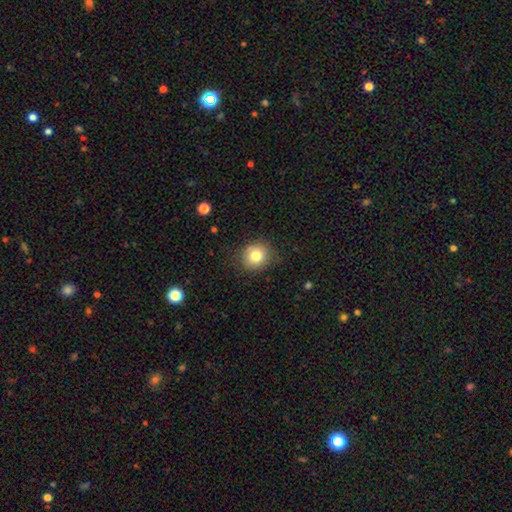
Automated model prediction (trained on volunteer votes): smooth_or_featured: smooth (p=0.79) [alt: star or artifact p=0.11]
how_rounded: round (p=0.80) [alt: in between p=0.19]
merging: none (p=0.81) [alt: minor disturbance p=0.14]